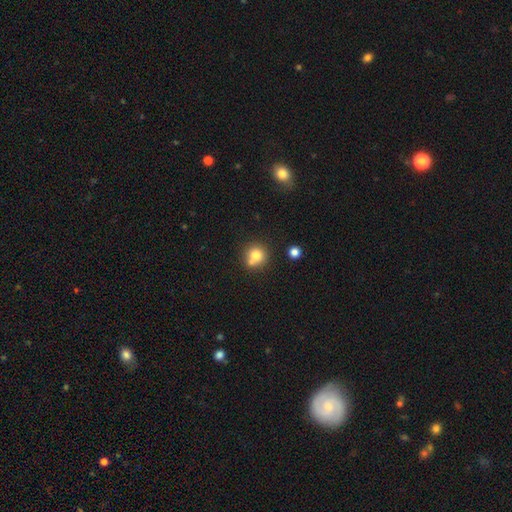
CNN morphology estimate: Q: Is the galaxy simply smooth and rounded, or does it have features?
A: smooth — 77%.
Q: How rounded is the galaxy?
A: round — 89%.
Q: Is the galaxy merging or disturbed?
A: none — 59%.